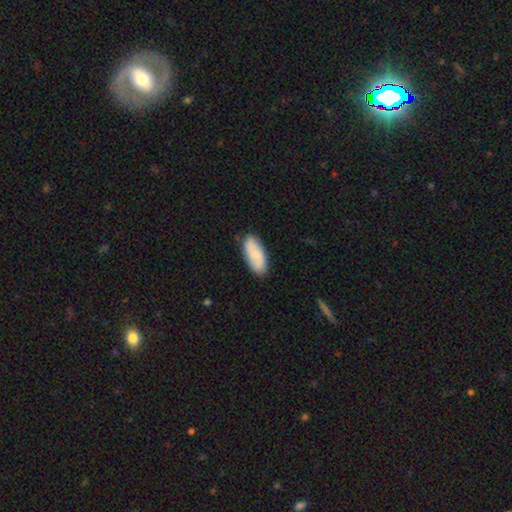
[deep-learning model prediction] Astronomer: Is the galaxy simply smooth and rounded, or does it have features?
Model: smooth — 73%.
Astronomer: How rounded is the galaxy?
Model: in between — 87%.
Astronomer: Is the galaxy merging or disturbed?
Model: none — 86%.